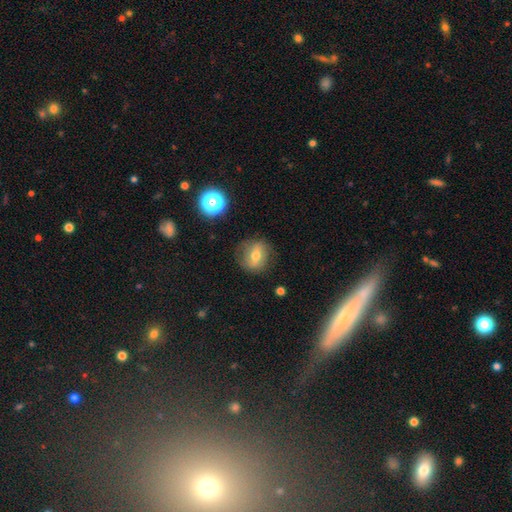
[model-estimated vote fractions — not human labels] Smooth or featured: smooth — 53% (featured or disk — 36%)
How rounded: round — 75% (in between — 24%)
Merging: none — 78% (minor disturbance — 15%)